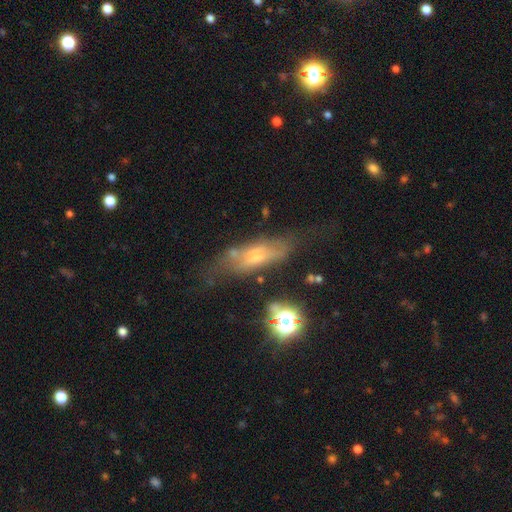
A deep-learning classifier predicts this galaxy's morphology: Smooth or featured? featured or disk (50%)
Edge-on disk? no (55%)
Merging? none (49%)